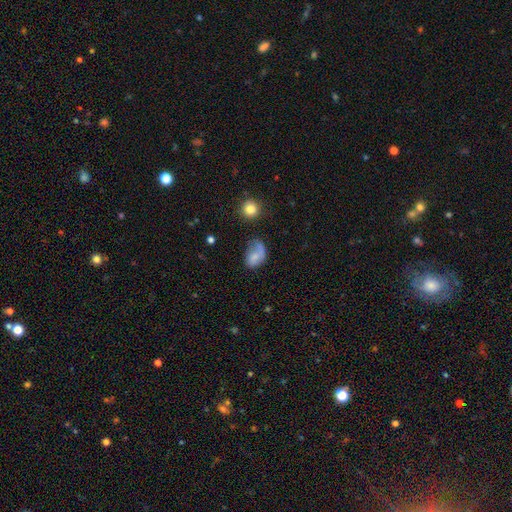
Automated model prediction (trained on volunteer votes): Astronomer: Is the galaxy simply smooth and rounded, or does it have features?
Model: smooth — 62%.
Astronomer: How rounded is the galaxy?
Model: in between — 78%.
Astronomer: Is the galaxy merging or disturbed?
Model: major disturbance — 34% (runner-up: none, 30%).